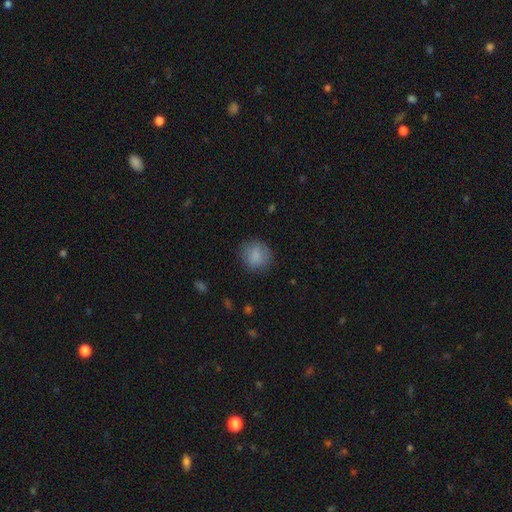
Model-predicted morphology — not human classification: smooth 85%, star or artifact 8%, featured or disk 7%. Down the decision tree: how rounded — round (84%); merging — none (80%).